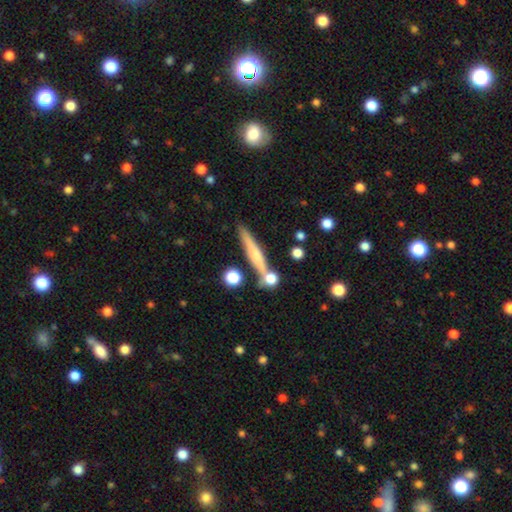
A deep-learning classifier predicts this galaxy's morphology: Smooth or featured? Predicted: smooth (p=0.48). Merging? Predicted: none (p=0.74).